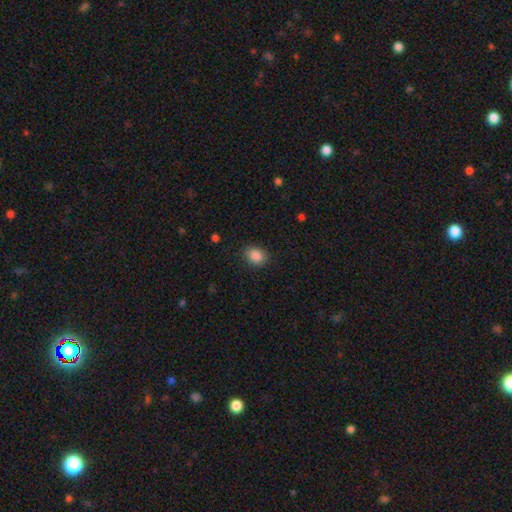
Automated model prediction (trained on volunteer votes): The model was most divided on "how rounded": in between: 57%, round: 42%, cigar-shaped: 1%. More confident: smooth or featured — smooth (87%); merging — none (86%).